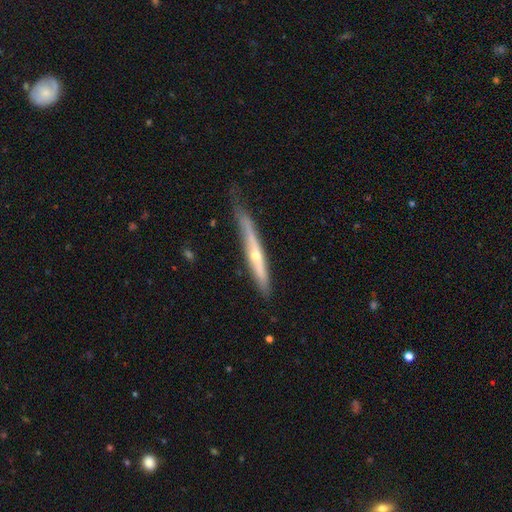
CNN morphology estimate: smooth_or_featured: featured or disk (p=0.67) [alt: smooth p=0.27]
disk_edge_on: yes (p=0.92) [alt: no p=0.08]
edge_on_bulge: rounded (p=0.81) [alt: none p=0.16]
merging: none (p=0.62) [alt: minor disturbance p=0.29]